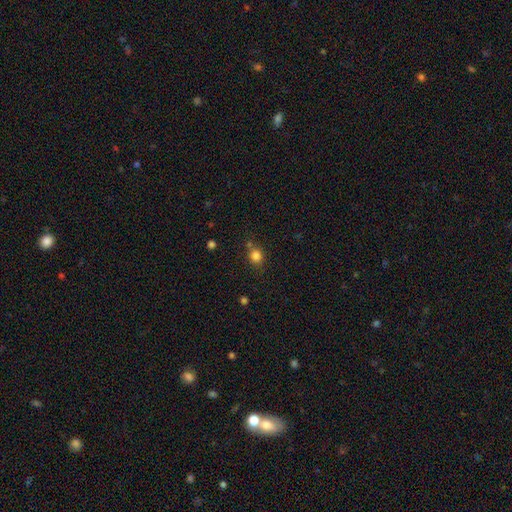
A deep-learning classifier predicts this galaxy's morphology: This appears to be a smooth galaxy with no disk features (82%) that is round (77%). Merging: none (72%).